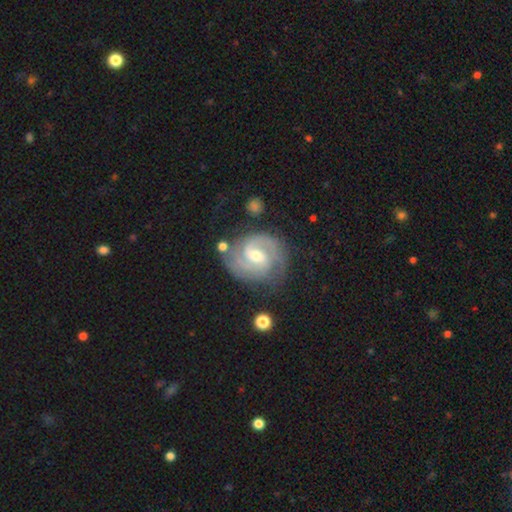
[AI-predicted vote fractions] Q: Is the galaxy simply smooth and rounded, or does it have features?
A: featured or disk — 90%.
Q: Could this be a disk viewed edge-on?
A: no — 98%.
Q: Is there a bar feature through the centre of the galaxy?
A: weak — 54%.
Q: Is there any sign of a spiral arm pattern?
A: yes — 98%.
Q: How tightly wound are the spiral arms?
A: tight — 55%.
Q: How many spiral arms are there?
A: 2 — 71%.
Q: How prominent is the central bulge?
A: moderate — 55%.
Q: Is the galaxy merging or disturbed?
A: none — 75%.